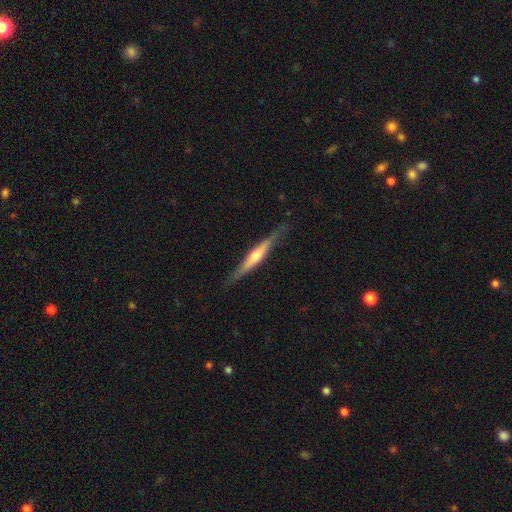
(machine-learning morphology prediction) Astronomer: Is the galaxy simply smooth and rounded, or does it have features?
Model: featured or disk — 64%.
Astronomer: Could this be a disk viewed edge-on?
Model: yes — 96%.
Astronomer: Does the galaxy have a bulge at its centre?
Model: rounded — 75%.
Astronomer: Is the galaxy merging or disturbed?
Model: none — 84%.